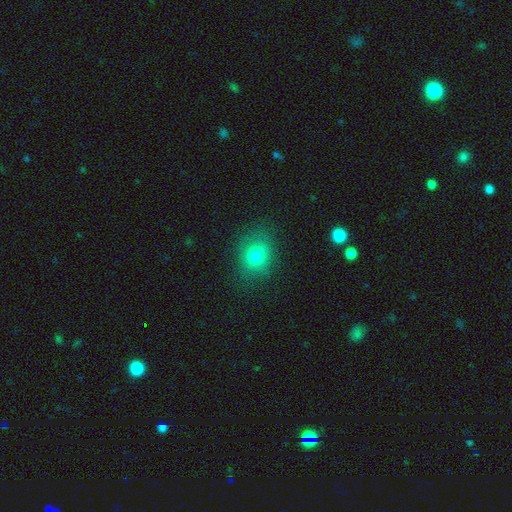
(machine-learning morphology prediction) A smooth galaxy with no disk features (78%) that is round (53%). Merging: none (79%).